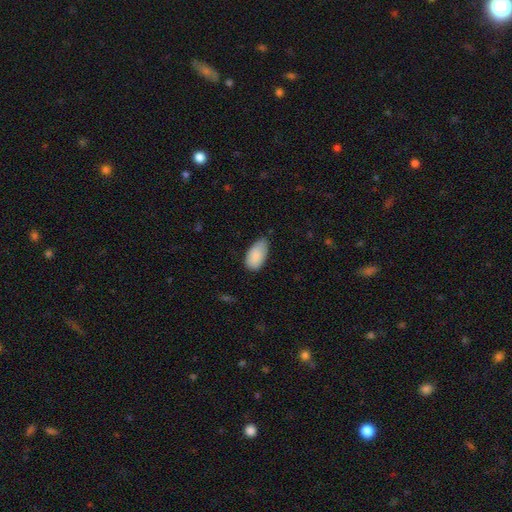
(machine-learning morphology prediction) The model was most divided on "merging": none: 53%, minor disturbance: 39%, major disturbance: 6%, merger: 2%. More confident: how rounded — in between (95%); smooth or featured — smooth (88%).